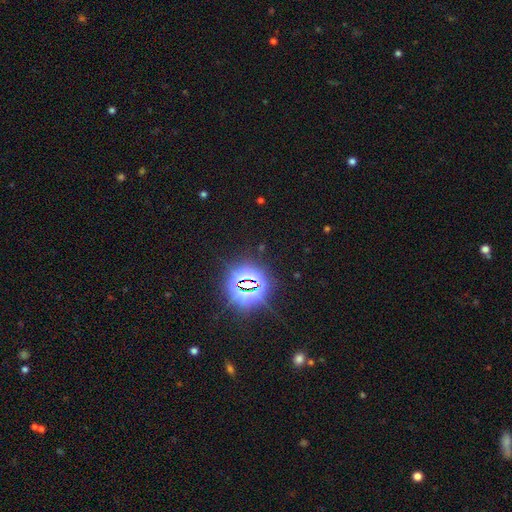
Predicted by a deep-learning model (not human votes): This appears to be a star or artifact, not a galaxy (83%).